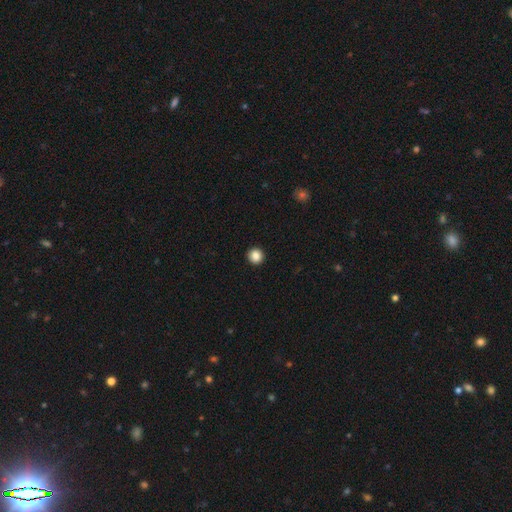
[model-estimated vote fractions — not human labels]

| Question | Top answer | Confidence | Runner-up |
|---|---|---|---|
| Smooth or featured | smooth | 86% | star or artifact (10%) |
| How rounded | round | 94% | in between (5%) |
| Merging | none | 94% | minor disturbance (4%) |